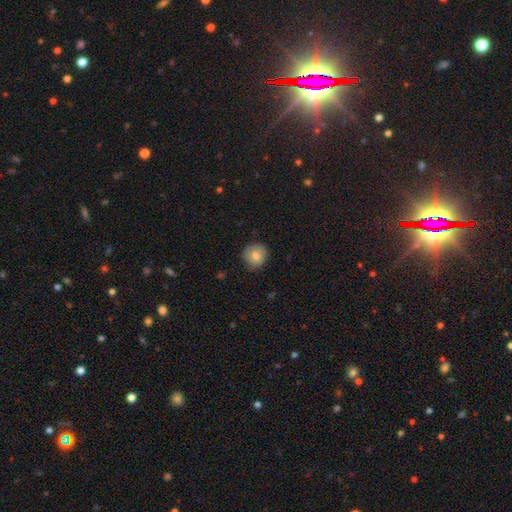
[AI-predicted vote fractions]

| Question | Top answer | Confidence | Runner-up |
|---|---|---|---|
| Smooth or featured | smooth | 79% | featured or disk (12%) |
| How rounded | round | 91% | in between (8%) |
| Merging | none | 81% | minor disturbance (15%) |